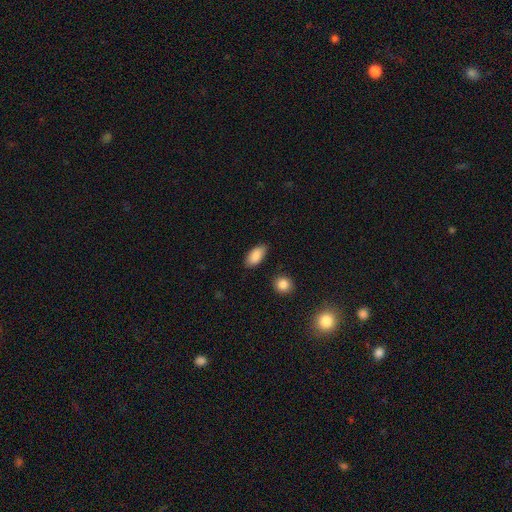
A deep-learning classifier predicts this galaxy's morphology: smooth_or_featured: smooth (p=0.88) [alt: star or artifact p=0.07]
how_rounded: in between (p=0.92) [alt: cigar-shaped p=0.04]
merging: none (p=0.81) [alt: minor disturbance p=0.14]